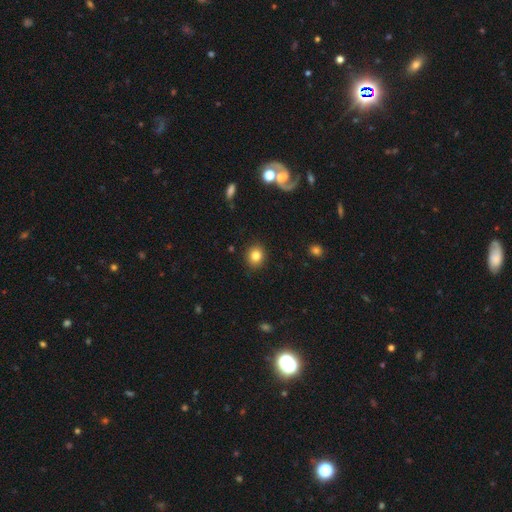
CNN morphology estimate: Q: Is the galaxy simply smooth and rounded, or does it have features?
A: smooth — 83%.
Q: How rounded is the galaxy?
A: round — 75%.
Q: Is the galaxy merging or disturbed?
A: none — 89%.